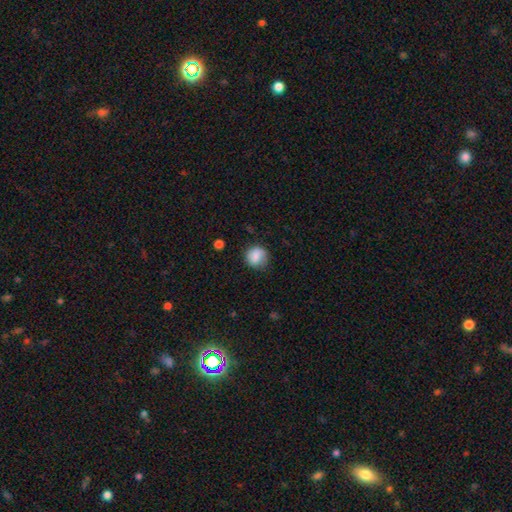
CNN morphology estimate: This is clearly a smooth galaxy (80%). How rounded: clearly round (85%). Merging: likely none (75%).